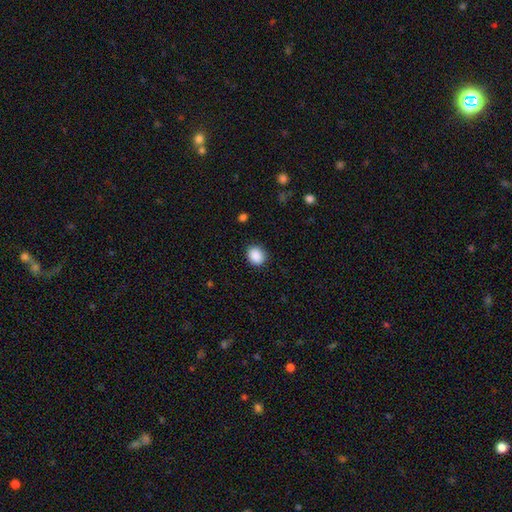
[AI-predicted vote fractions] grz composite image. It shows a smooth galaxy with no disk features (89%) that is round (63%). Merging: none (88%).